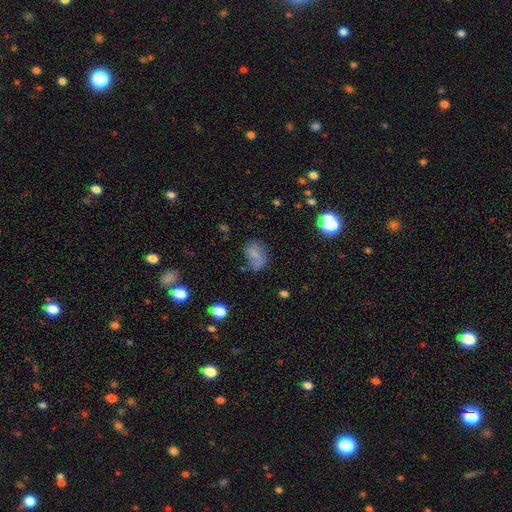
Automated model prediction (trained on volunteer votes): Q: Smooth or featured?
A: smooth (69%); runner-up: featured or disk (17%)
Q: How rounded?
A: in between (80%); runner-up: round (18%)
Q: Merging?
A: none (51%); runner-up: minor disturbance (27%)